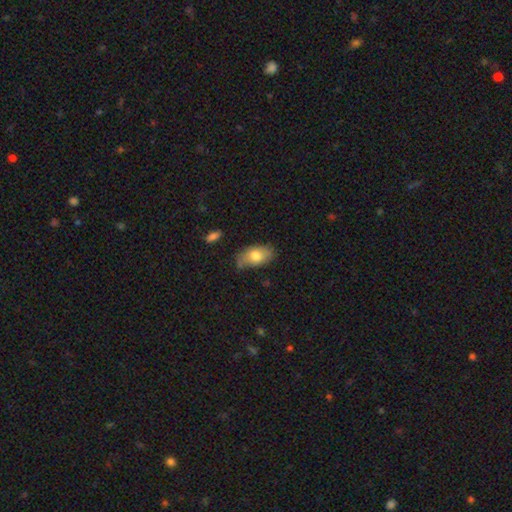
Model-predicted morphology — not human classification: Overall: smooth (75%). How rounded: in between (92%). Merging: none (68%).